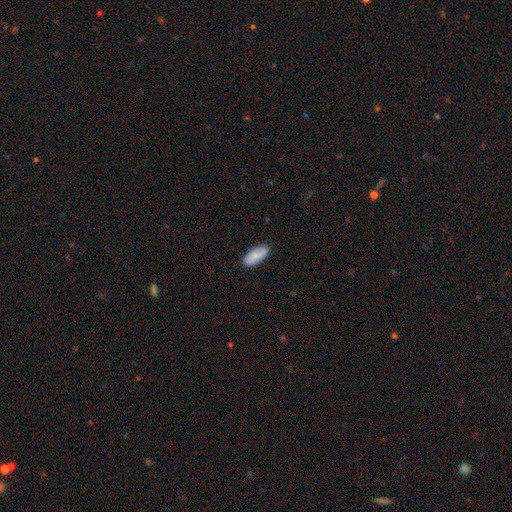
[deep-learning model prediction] smooth-or-featured: smooth: 78% | featured or disk: 16% | star or artifact: 6%
  how-rounded: in between: 88% | cigar-shaped: 10% | round: 2%
  merging: none: 86% | minor disturbance: 11% | major disturbance: 2% | merger: 1%